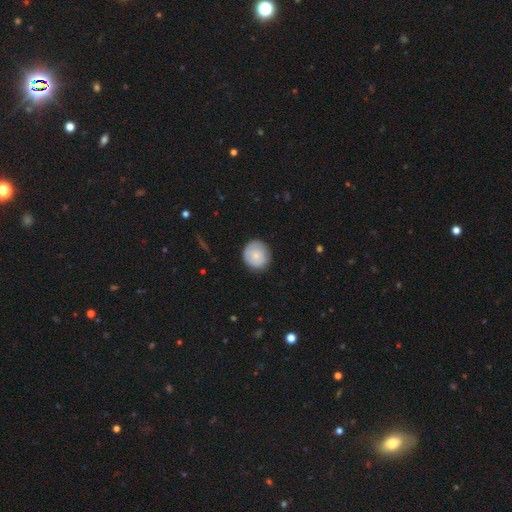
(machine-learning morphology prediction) This appears to be a smooth galaxy with no disk features (75%) that is round (89%). Merging: none (85%).